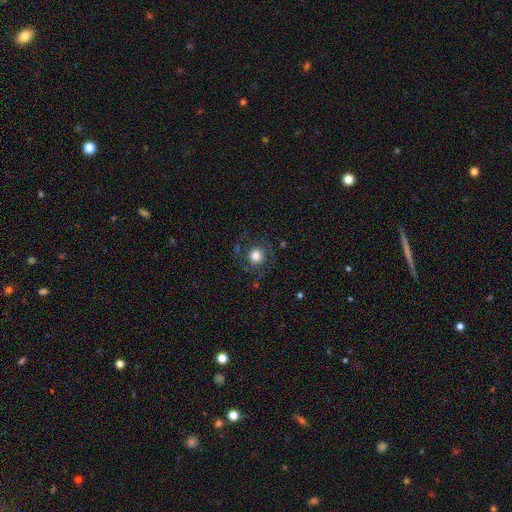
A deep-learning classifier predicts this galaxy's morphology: Smooth or featured? Predicted: smooth (p=0.67). How rounded? Predicted: round (p=0.93). Merging? Predicted: none (p=0.76).